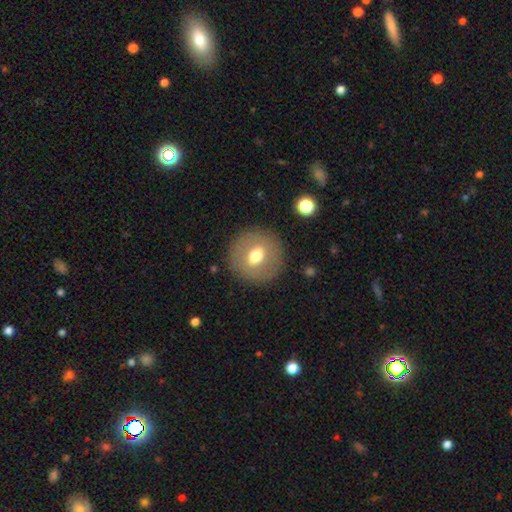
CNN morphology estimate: Overall: smooth (55%; featured or disk 36%). How rounded: round (87%). Merging: none (87%).